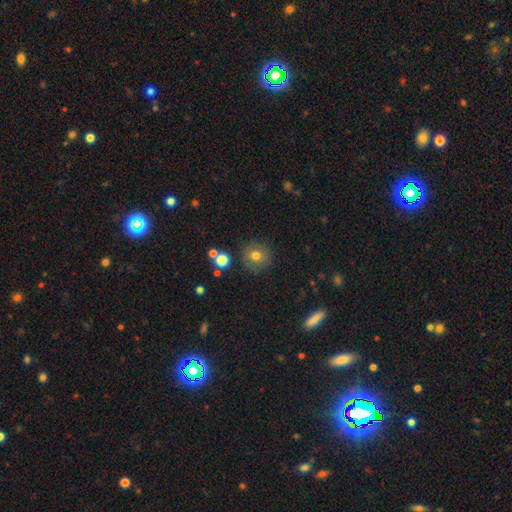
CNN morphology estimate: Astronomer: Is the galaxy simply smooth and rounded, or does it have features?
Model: smooth — 75%.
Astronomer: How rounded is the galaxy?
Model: round — 92%.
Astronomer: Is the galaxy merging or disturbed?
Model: none — 85%.